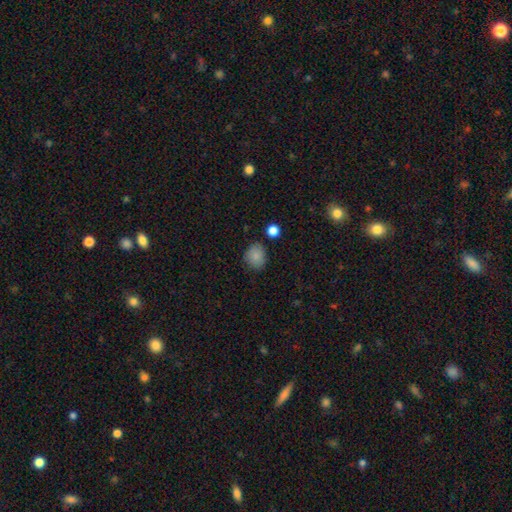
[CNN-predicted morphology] smooth-or-featured: smooth: 85% | star or artifact: 10% | featured or disk: 6%
  how-rounded: round: 66% | in between: 33% | cigar-shaped: 1%
  merging: none: 82% | minor disturbance: 12% | merger: 3% | major disturbance: 3%